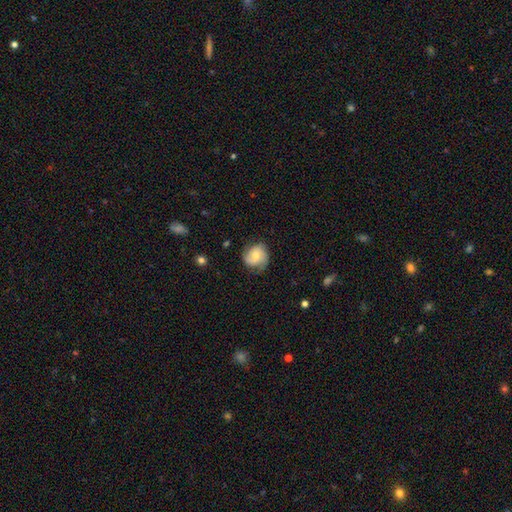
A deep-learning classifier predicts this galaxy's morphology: type=featured or disk (51%); edge-on=no (97%); merging=none (63%).